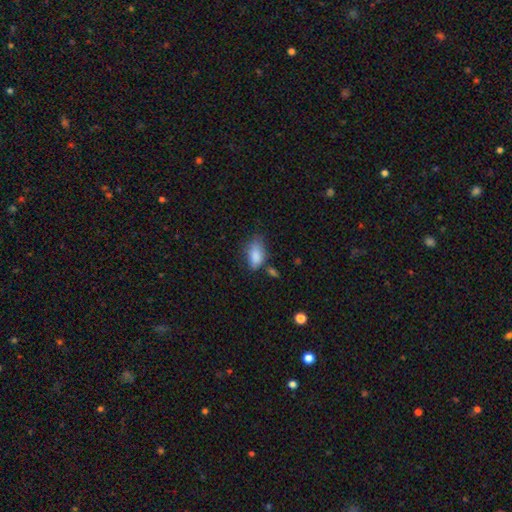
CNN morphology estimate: smooth 84%, star or artifact 8%, featured or disk 8%. Down the decision tree: how rounded — in between (90%); merging — none (46%).